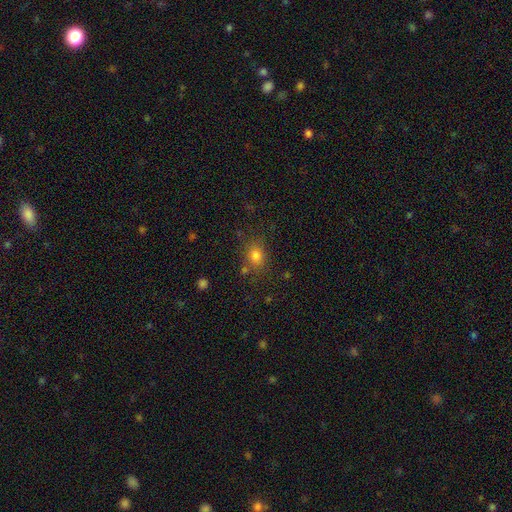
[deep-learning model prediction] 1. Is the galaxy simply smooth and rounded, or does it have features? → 79% smooth, 14% star or artifact, 7% featured or disk.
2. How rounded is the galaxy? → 52% round, 47% in between, 1% cigar-shaped.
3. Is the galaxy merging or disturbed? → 75% none, 14% minor disturbance, 6% merger, 5% major disturbance.